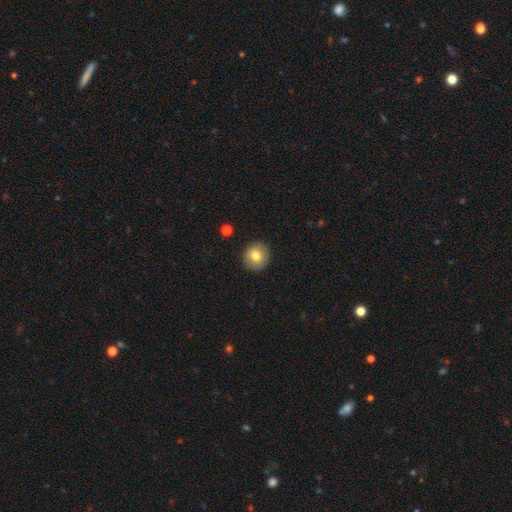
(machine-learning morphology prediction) This is likely a smooth galaxy (78%). How rounded: clearly round (92%). Merging: clearly none (90%).